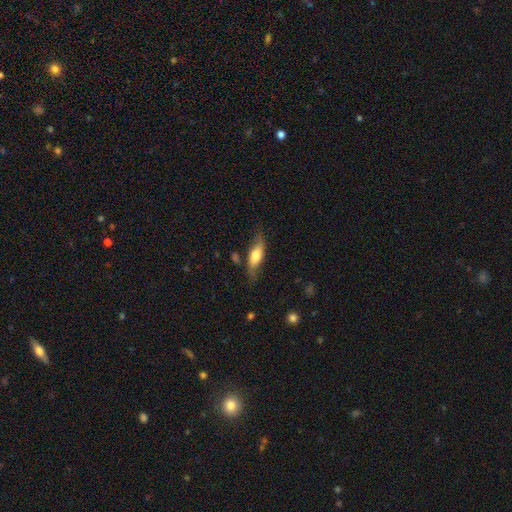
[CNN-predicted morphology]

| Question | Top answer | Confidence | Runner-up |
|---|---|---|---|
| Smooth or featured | smooth | 56% | featured or disk (38%) |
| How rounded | in between | 60% | cigar-shaped (36%) |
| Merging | none | 64% | minor disturbance (25%) |